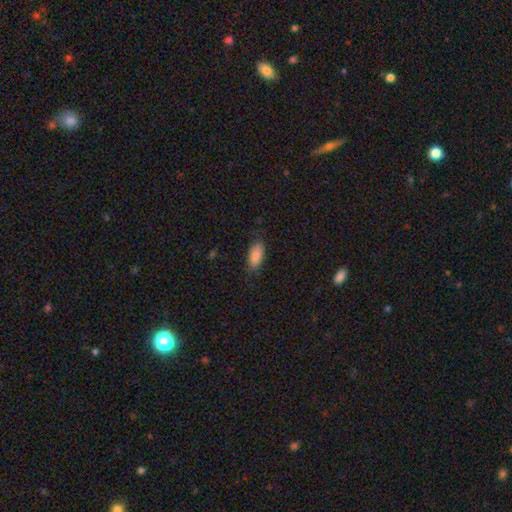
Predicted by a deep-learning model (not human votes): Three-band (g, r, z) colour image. It shows a smooth galaxy with no disk features (89%) that is in between round and cigar-shaped (88%). Merging: none (81%).